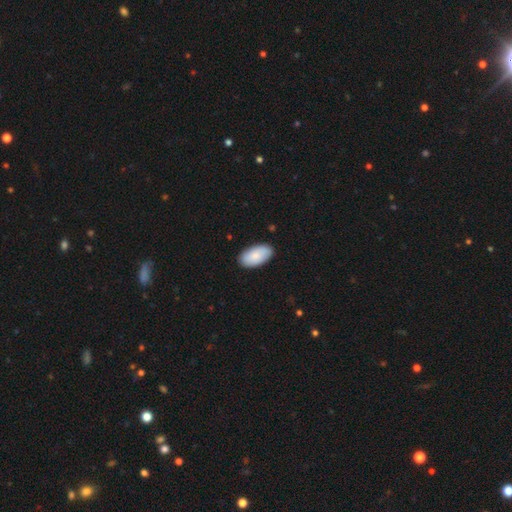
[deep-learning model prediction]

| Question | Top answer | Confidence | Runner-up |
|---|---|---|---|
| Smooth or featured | smooth | 85% | featured or disk (10%) |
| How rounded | in between | 96% | round (2%) |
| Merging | none | 87% | minor disturbance (10%) |